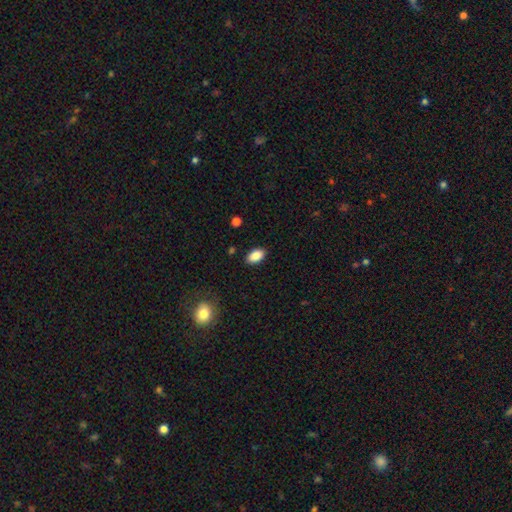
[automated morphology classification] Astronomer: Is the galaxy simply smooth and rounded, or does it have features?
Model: smooth — 89%.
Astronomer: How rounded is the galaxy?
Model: in between — 92%.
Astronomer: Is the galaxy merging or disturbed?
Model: none — 88%.